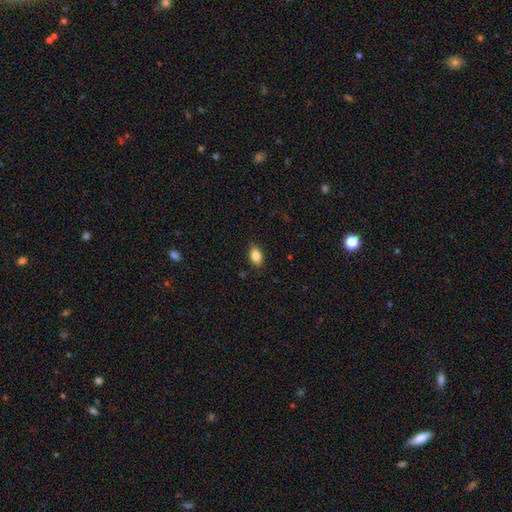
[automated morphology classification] Smooth or featured? smooth (85%)
How rounded? in between (89%)
Merging? none (86%)